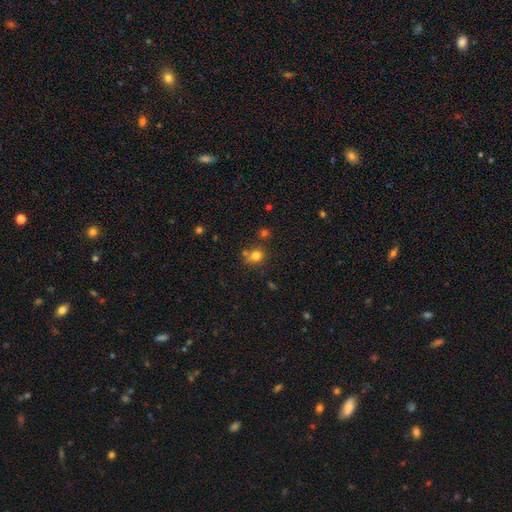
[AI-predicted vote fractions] smooth-or-featured: smooth: 78% | star or artifact: 14% | featured or disk: 8%
  how-rounded: round: 81% | in between: 18% | cigar-shaped: 1%
  merging: none: 64% | merger: 18% | minor disturbance: 13% | major disturbance: 5%